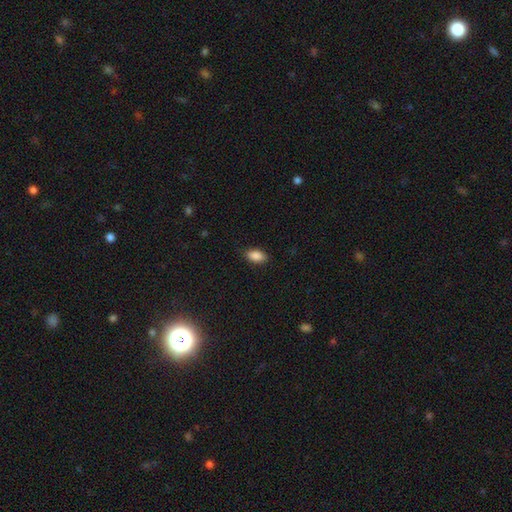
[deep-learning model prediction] smooth-or-featured: smooth: 89% | star or artifact: 8% | featured or disk: 4%
  how-rounded: in between: 92% | round: 5% | cigar-shaped: 4%
  merging: none: 87% | minor disturbance: 10% | major disturbance: 2% | merger: 1%